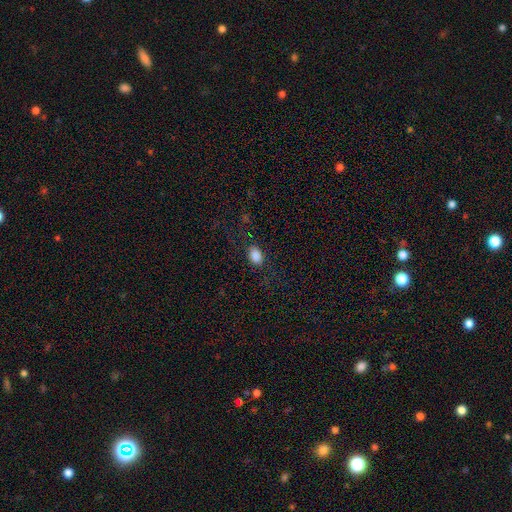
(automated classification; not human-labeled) Smooth or featured? Predicted: smooth (p=0.85). How rounded? Predicted: in between (p=0.82). Merging? Predicted: none (p=0.82).